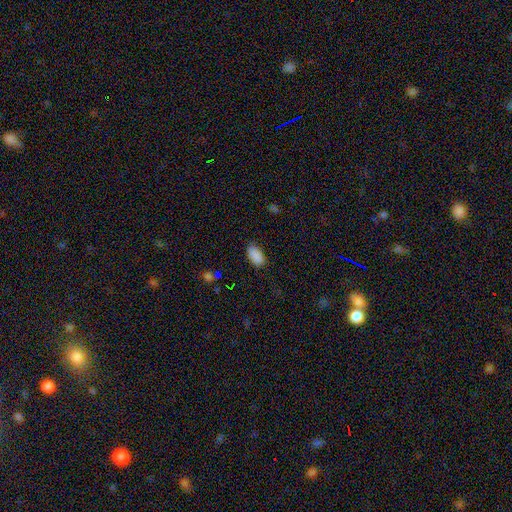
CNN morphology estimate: This is clearly a smooth galaxy (89%). How rounded: clearly in between (94%). Merging: clearly none (84%).